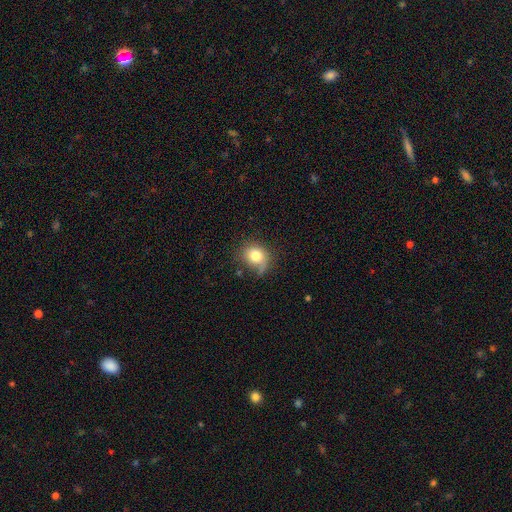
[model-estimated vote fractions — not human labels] A smooth galaxy with no disk features (79%) that is round (71%). Merging: none (56%).